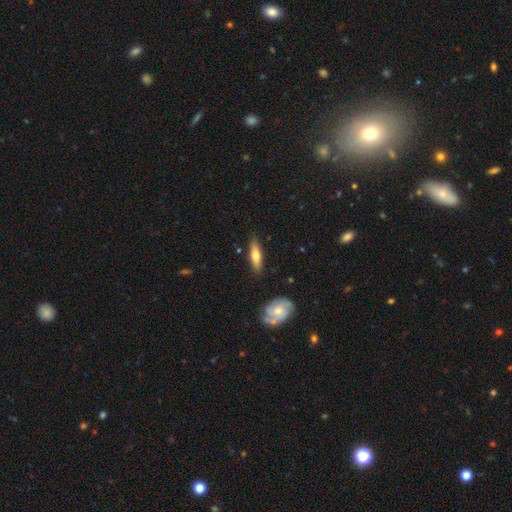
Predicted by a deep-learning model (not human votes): The model was most divided on "how rounded": cigar-shaped: 60%, in between: 38%, round: 2%. More confident: merging — none (83%); smooth or featured — smooth (61%).